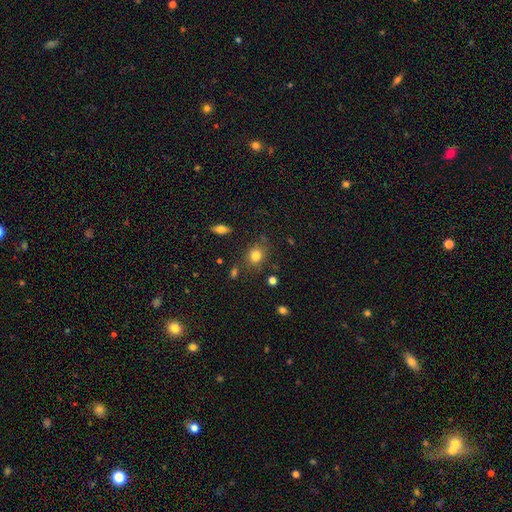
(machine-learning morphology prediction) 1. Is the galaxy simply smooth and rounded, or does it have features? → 80% smooth, 12% star or artifact, 8% featured or disk.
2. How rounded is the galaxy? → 66% round, 33% in between, 1% cigar-shaped.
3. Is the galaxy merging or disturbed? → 78% none, 14% minor disturbance, 4% merger, 4% major disturbance.